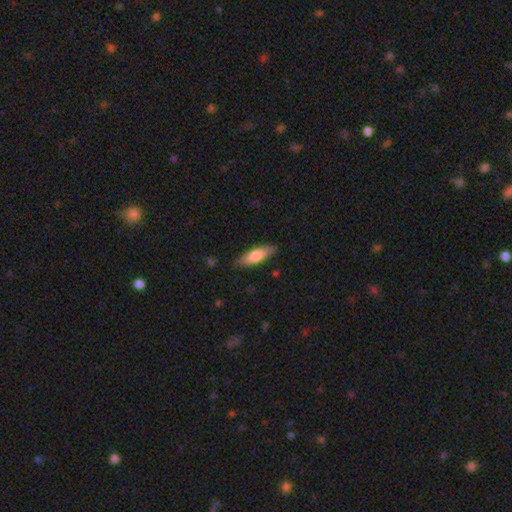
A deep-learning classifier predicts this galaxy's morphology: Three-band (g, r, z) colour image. It shows a smooth galaxy with no disk features (76%) that is in between round and cigar-shaped (53%). Merging: none (84%).